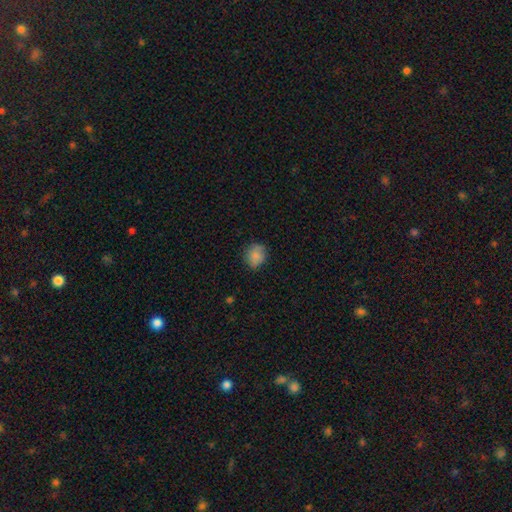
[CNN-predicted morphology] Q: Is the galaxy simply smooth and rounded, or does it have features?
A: smooth — 84%.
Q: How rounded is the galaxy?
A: round — 73%.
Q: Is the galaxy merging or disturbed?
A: none — 77%.